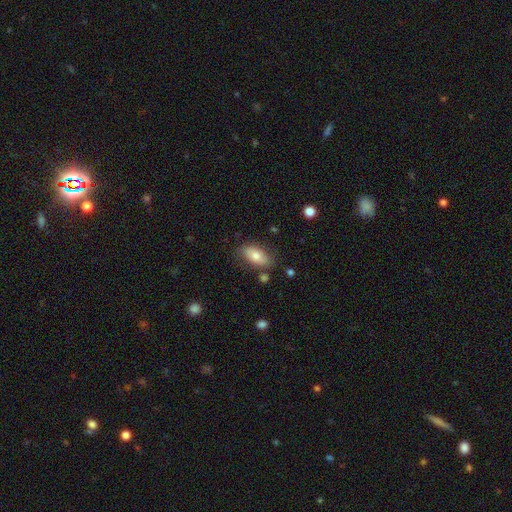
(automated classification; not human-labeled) smooth-or-featured: smooth: 76% | featured or disk: 17% | star or artifact: 7%
  how-rounded: in between: 89% | cigar-shaped: 7% | round: 4%
  merging: none: 78% | minor disturbance: 15% | major disturbance: 4% | merger: 3%